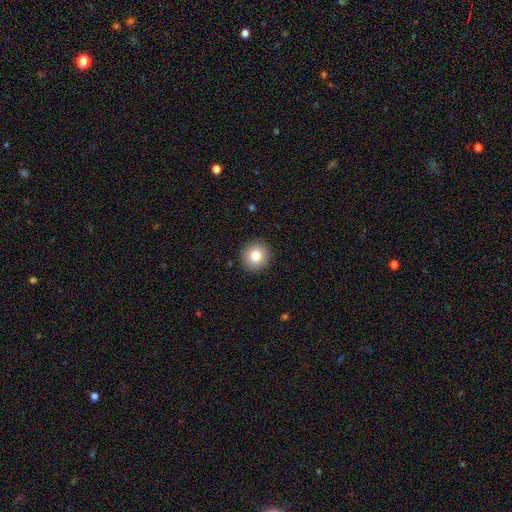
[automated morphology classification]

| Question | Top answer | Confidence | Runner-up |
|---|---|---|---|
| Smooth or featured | smooth | 81% | star or artifact (10%) |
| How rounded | round | 93% | in between (6%) |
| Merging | none | 92% | minor disturbance (5%) |